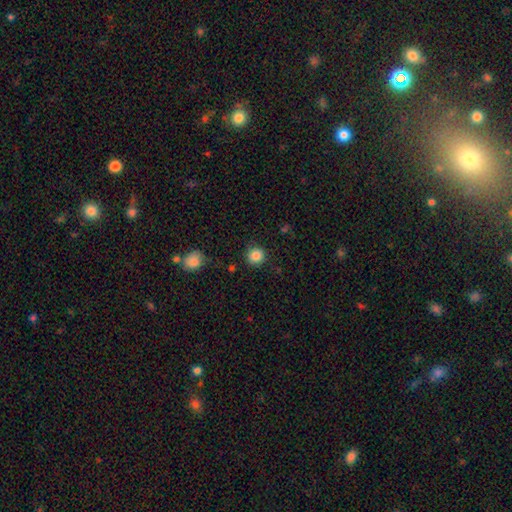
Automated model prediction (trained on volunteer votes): Smooth or featured: smooth — 85% (star or artifact — 11%)
How rounded: round — 93% (in between — 6%)
Merging: none — 89% (minor disturbance — 7%)